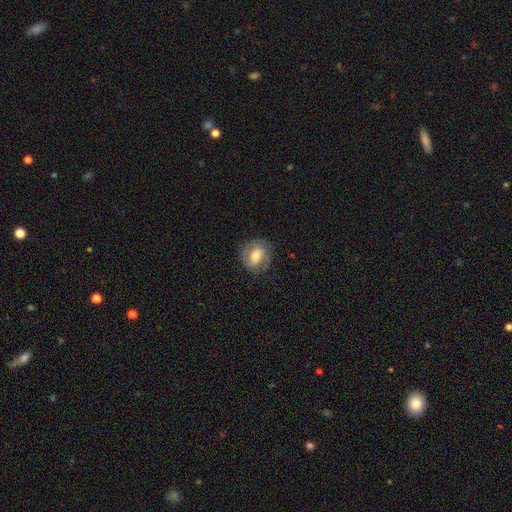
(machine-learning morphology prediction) Overall: featured or disk (62%; smooth 31%). Edge-on disk: no (97%). Bar: weak (44%; no 33%). Spiral arms: yes (84%). Spiral arm count: 2 (79%). Spiral winding: tight (43%; medium 42%). Bulge size: moderate (59%; small 26%). Merging: none (78%).